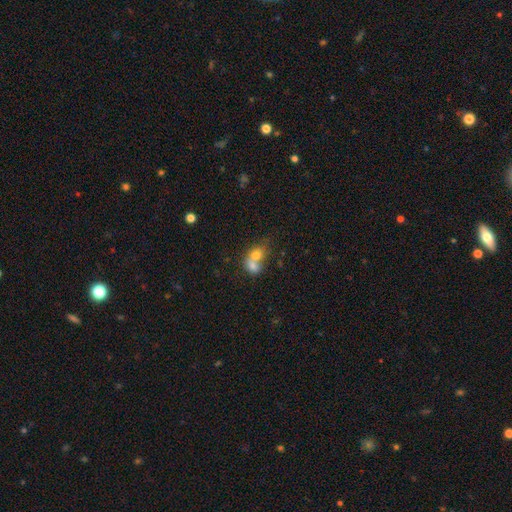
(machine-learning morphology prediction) Q: Smooth or featured?
A: smooth (71%); runner-up: featured or disk (19%)
Q: How rounded?
A: in between (54%); runner-up: round (45%)
Q: Merging?
A: merger (75%); runner-up: none (16%)